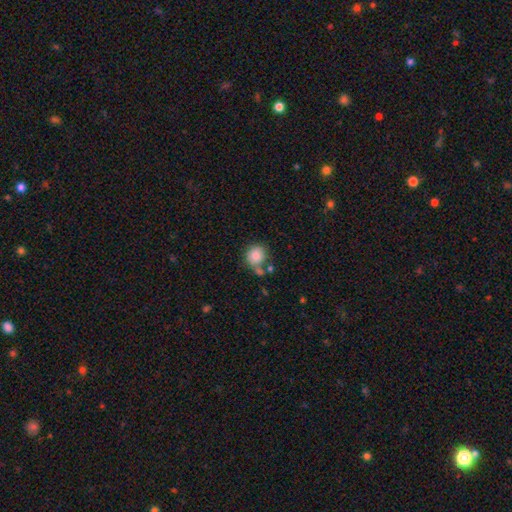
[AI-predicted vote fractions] The model was most divided on "merging": none: 57%, merger: 19%, minor disturbance: 17%, major disturbance: 7%. More confident: smooth or featured — smooth (84%); how rounded — round (83%).